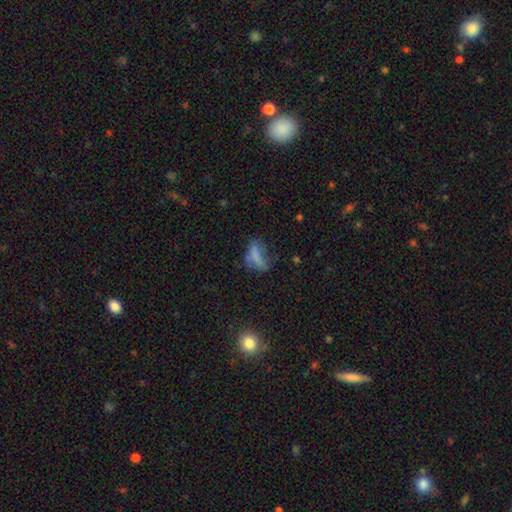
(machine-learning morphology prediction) The model was most divided on "merging" (2-way tie): major disturbance: 33%, none: 33%, minor disturbance: 25%, merger: 9%. More confident: how rounded — in between (71%); smooth or featured — smooth (60%).